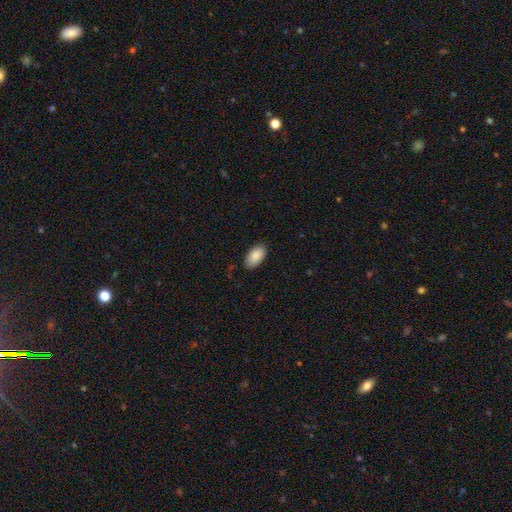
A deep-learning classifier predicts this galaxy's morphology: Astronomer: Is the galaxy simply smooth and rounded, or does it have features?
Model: smooth — 89%.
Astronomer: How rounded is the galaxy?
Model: in between — 95%.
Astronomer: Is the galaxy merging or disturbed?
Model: none — 84%.